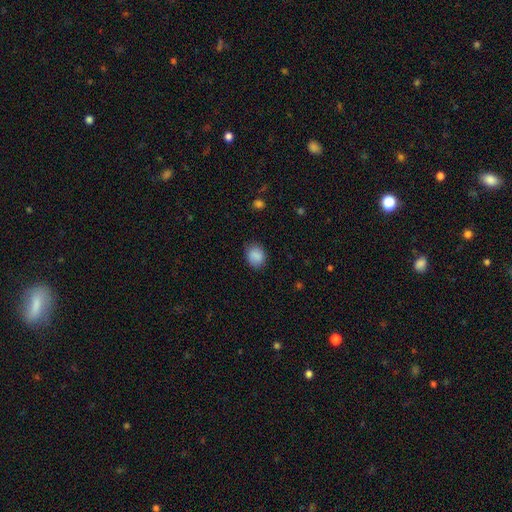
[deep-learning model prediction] A smooth galaxy with no disk features (87%) that is round (59%). Merging: none (79%).